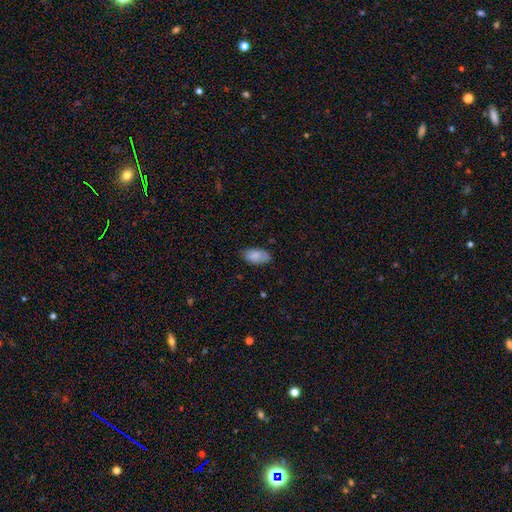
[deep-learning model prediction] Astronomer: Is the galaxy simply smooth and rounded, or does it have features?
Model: smooth — 82%.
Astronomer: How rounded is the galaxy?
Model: in between — 94%.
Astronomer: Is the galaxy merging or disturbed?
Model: none — 75%.